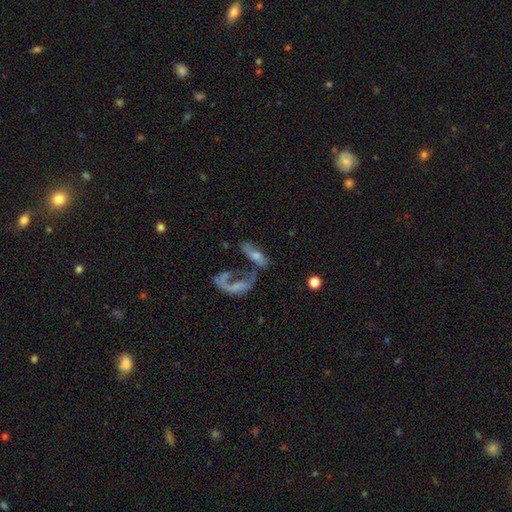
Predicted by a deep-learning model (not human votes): Smooth or featured: featured or disk — 46% (smooth — 42%)
Merging: merger — 40% (none — 27%)